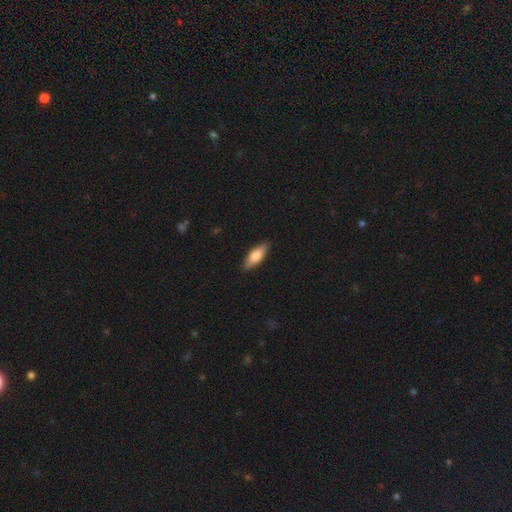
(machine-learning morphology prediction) smooth 74%, featured or disk 20%, star or artifact 6%. Down the decision tree: how rounded — in between (64%); merging — none (88%).